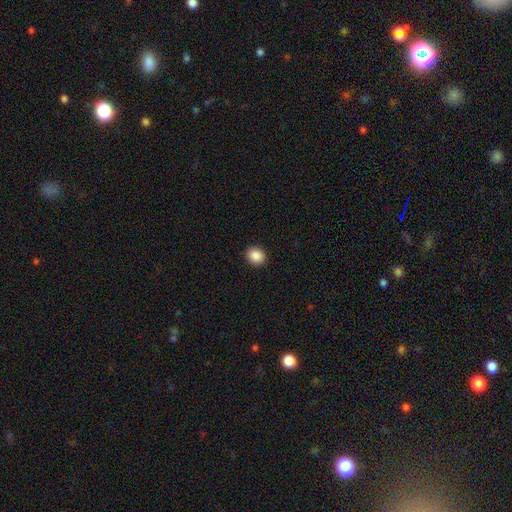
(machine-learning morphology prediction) type=smooth (88%); roundness=round (74%); merging=none (92%).